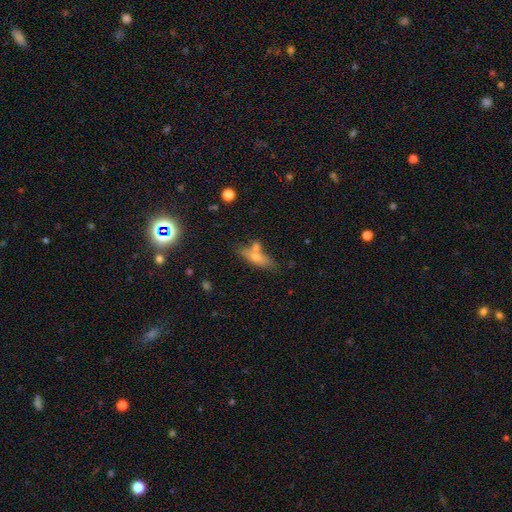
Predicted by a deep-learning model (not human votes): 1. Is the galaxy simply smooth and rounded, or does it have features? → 60% smooth, 32% featured or disk, 8% star or artifact.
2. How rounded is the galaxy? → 54% cigar-shaped, 42% in between, 4% round.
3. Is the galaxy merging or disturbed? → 57% none, 24% merger, 15% minor disturbance, 5% major disturbance.